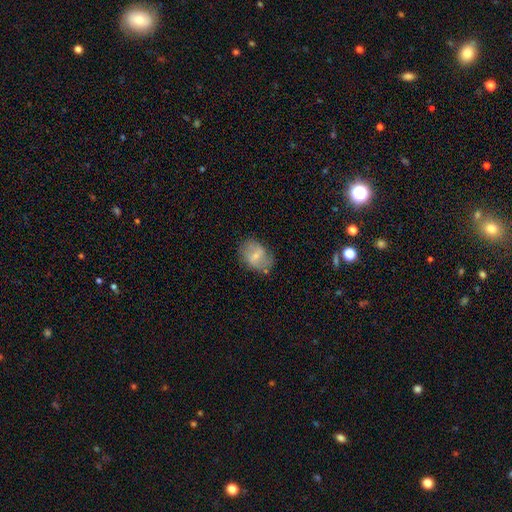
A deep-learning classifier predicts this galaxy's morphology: Overall: smooth (52%; featured or disk 39%). How rounded: in between (71%). Merging: none (68%).